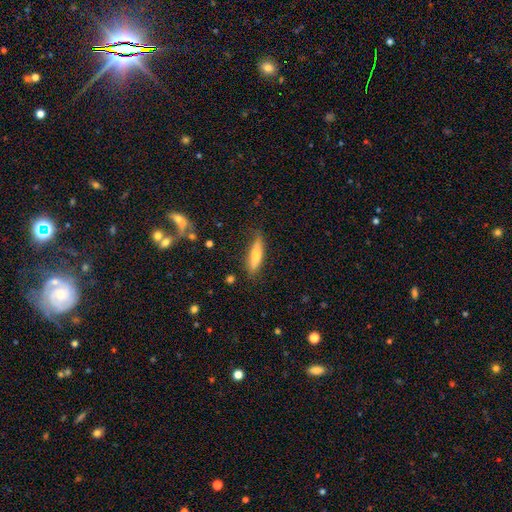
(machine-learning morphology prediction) Smooth or featured? smooth (72%)
How rounded? cigar-shaped (61%)
Merging? none (76%)